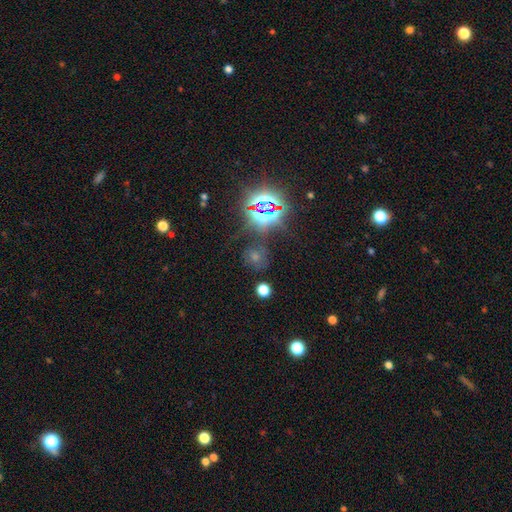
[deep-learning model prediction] Morphology: type=smooth (46%); merging=none (69%).